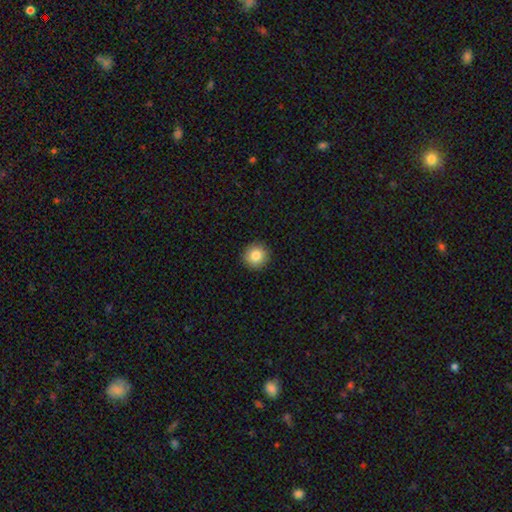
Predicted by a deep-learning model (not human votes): smooth 84%, star or artifact 10%, featured or disk 7%. Down the decision tree: how rounded — round (94%); merging — none (92%).